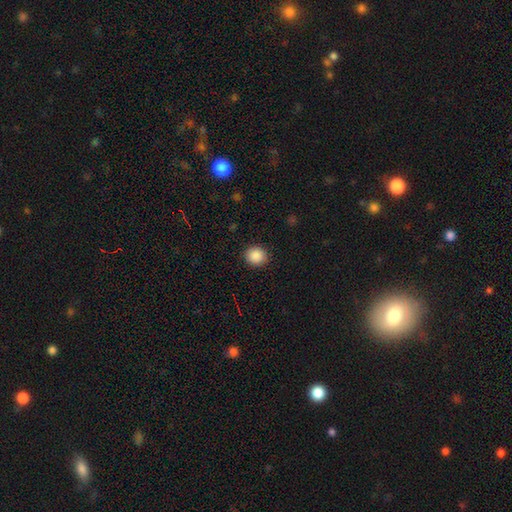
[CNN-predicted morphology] A smooth galaxy with no disk features (88%) that is round (84%). Merging: none (90%).